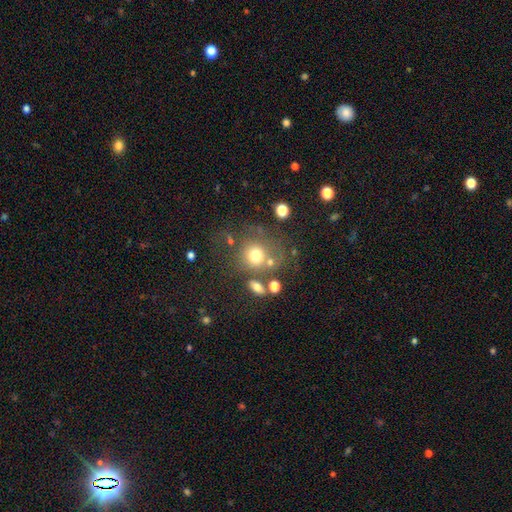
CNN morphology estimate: Smooth or featured? Predicted: smooth (p=0.72). How rounded? Predicted: round (p=0.84). Merging? Predicted: none (p=0.58).